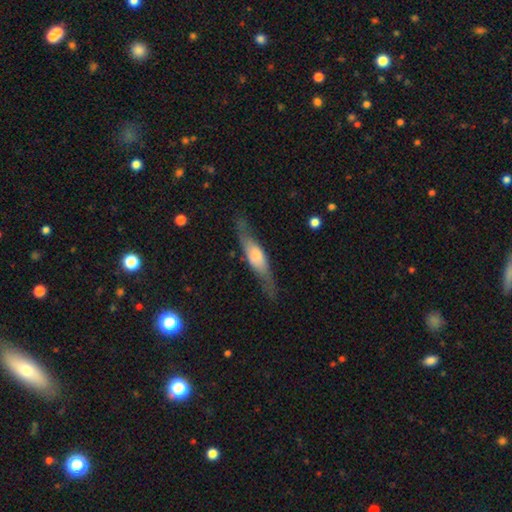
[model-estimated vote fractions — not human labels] Smooth or featured? Predicted: featured or disk (p=0.55). Edge-on disk? Predicted: yes (p=0.71). Merging? Predicted: none (p=0.71).